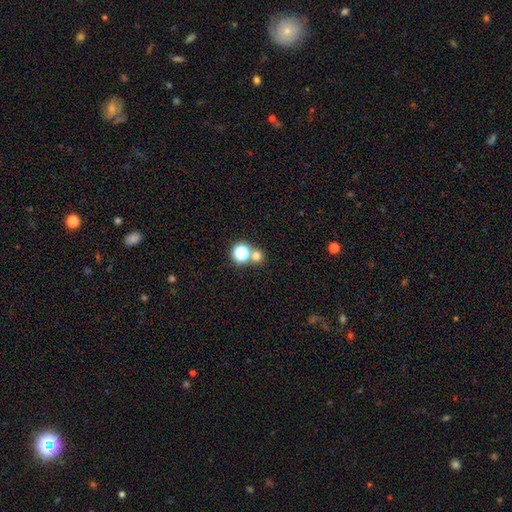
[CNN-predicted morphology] type=smooth (68%); roundness=round (89%); merging=none (60%).